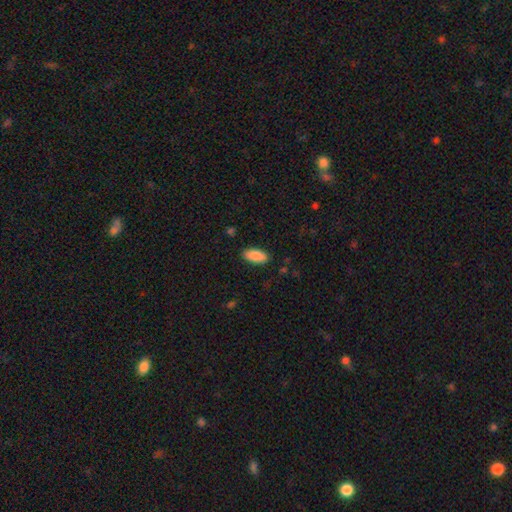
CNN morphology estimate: Smooth or featured? Predicted: smooth (p=0.88). How rounded? Predicted: in between (p=0.91). Merging? Predicted: none (p=0.88).